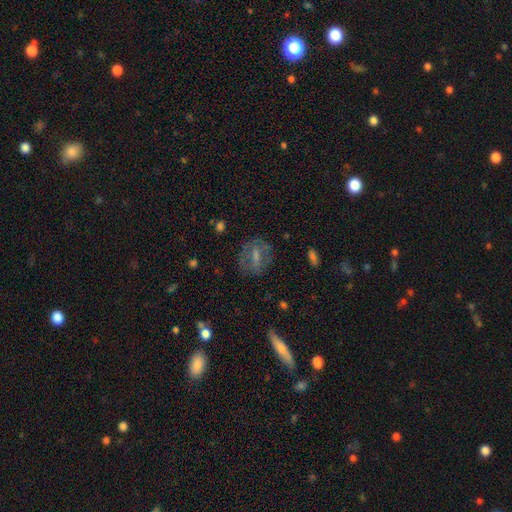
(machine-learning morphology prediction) Smooth or featured? featured or disk (48%)
Merging? none (69%)